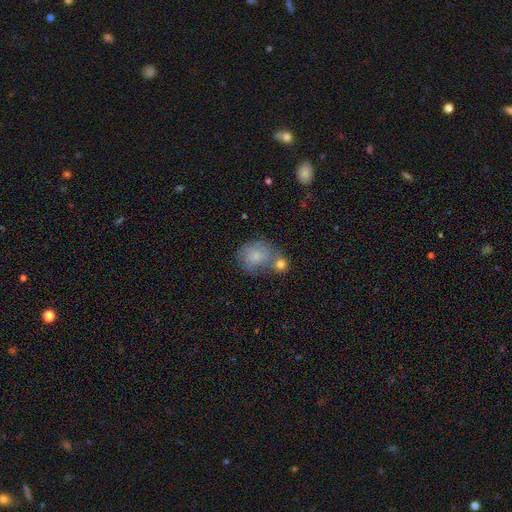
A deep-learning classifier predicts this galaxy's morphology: Overall: smooth (72%). How rounded: round (63%; in between 36%). Merging: merger (39%; none 34%).